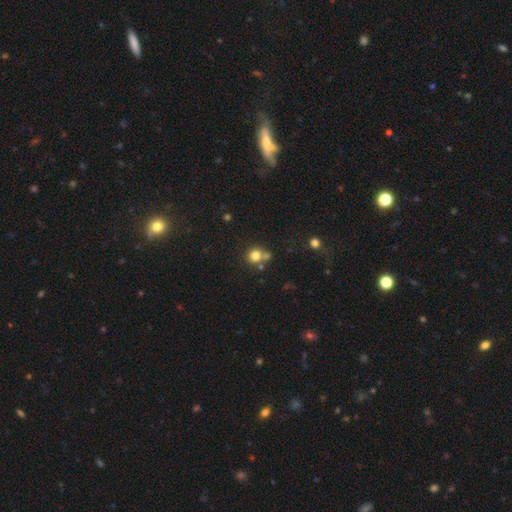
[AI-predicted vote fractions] A smooth galaxy with no disk features (79%) that is round (88%). Merging: none (58%).